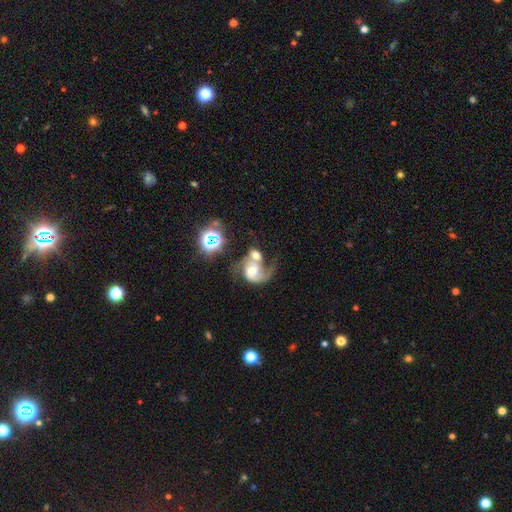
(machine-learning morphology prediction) Smooth or featured? Predicted: featured or disk (p=0.63). Edge-on disk? Predicted: no (p=0.97). Bar? Predicted: no (p=0.67). Spiral arms? Predicted: yes (p=0.81). Bulge size? Predicted: moderate (p=0.51). Merging? Predicted: merger (p=0.65).